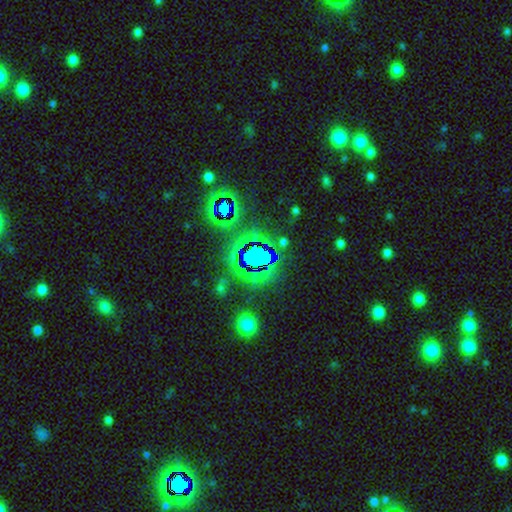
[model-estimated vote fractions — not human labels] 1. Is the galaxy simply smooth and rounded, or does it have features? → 80% star or artifact, 11% smooth, 9% featured or disk.